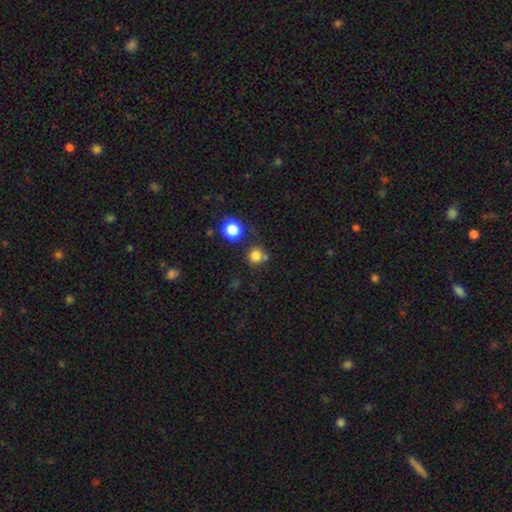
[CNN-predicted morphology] The model was most divided on "merging": none: 67%, merger: 17%, minor disturbance: 11%, major disturbance: 4%. More confident: how rounded — round (90%); smooth or featured — smooth (79%).